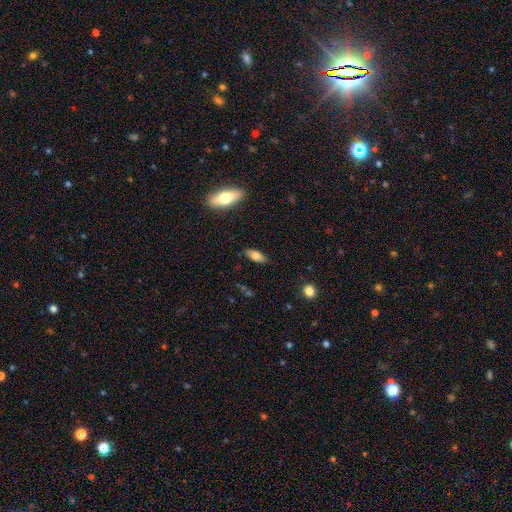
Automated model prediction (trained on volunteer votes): smooth-or-featured: smooth: 76% | featured or disk: 17% | star or artifact: 8%
  how-rounded: in between: 79% | cigar-shaped: 18% | round: 3%
  merging: none: 85% | minor disturbance: 11% | major disturbance: 2% | merger: 1%